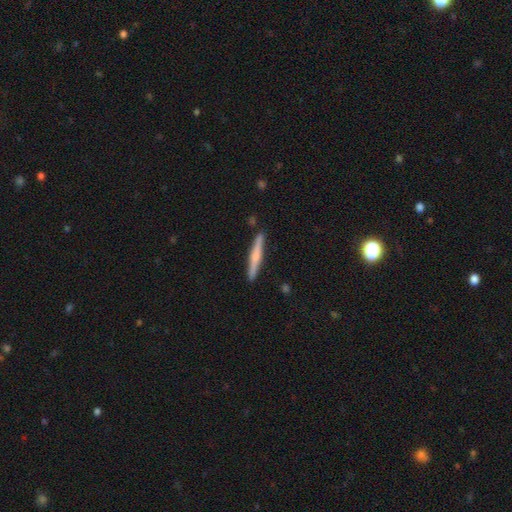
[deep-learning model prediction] Q: Smooth or featured?
A: featured or disk (49%); runner-up: smooth (45%)
Q: Merging?
A: none (90%); runner-up: minor disturbance (7%)